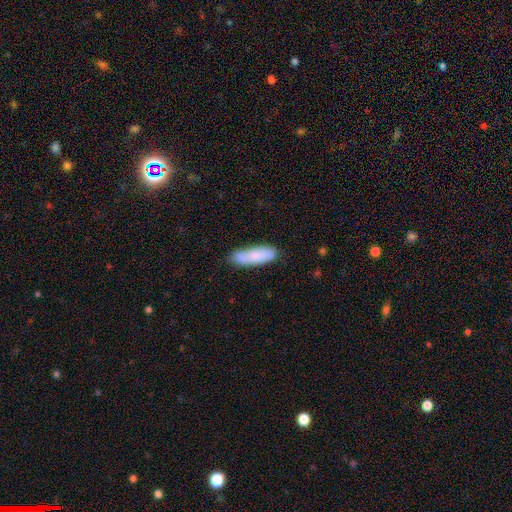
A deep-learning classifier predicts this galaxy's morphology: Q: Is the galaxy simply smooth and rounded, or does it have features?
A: smooth — 80%.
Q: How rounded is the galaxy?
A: cigar-shaped — 50%.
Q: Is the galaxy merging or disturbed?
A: none — 72%.